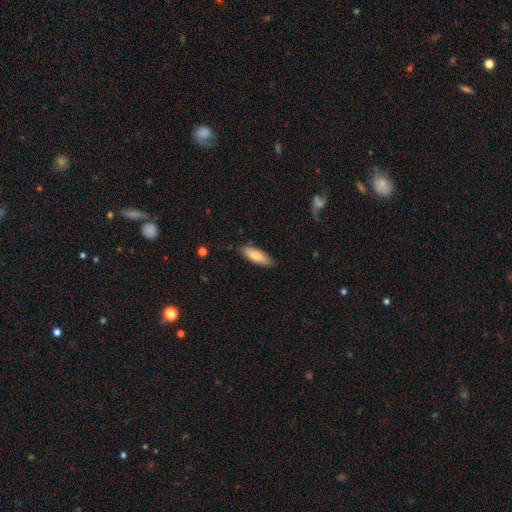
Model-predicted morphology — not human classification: A smooth galaxy with no disk features (79%) that is in between round and cigar-shaped (59%). Merging: none (82%).